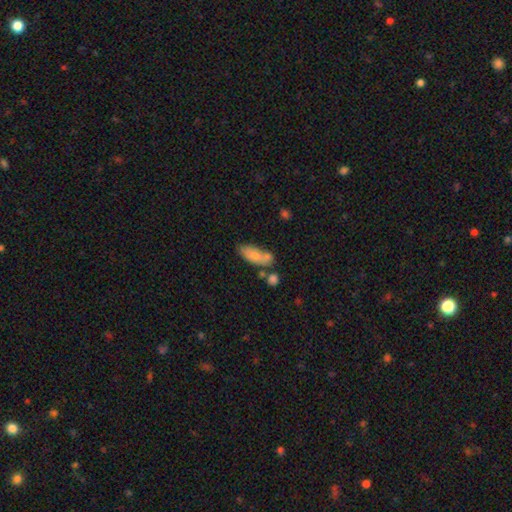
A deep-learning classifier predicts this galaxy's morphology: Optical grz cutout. It shows a smooth galaxy with no disk features (77%) that is in between round and cigar-shaped (80%). Merging: none (47%).